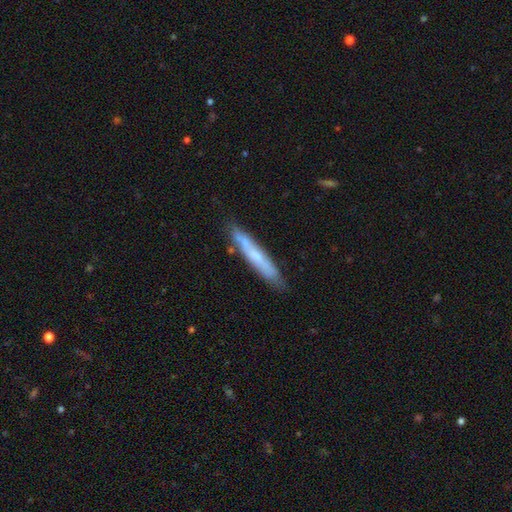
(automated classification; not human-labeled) This appears to be a featured or disk galaxy (48%). Merging: none (76%).